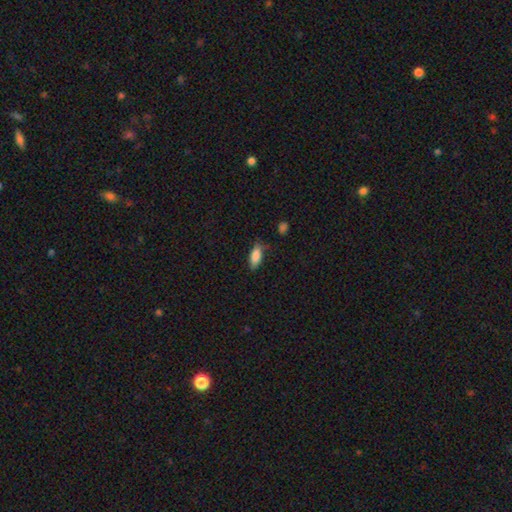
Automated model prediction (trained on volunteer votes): Overall: smooth (84%). How rounded: in between (80%). Merging: none (68%).